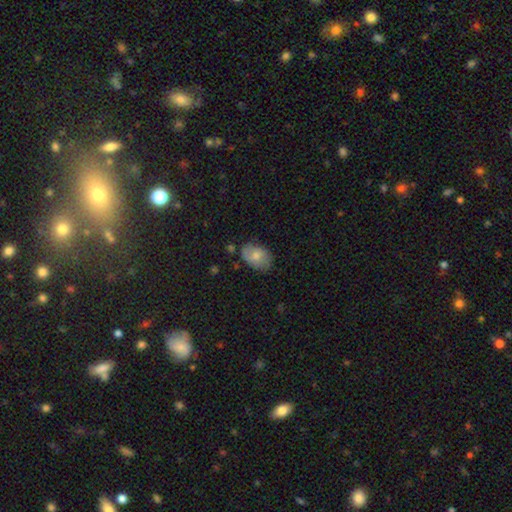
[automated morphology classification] Smooth or featured?
  - smooth: 69% *
  - featured or disk: 25%
  - star or artifact: 7%
How rounded?
  - in between: 83% *
  - round: 16%
  - cigar-shaped: 1%
Merging?
  - none: 69% *
  - minor disturbance: 24%
  - major disturbance: 5%
  - merger: 2%